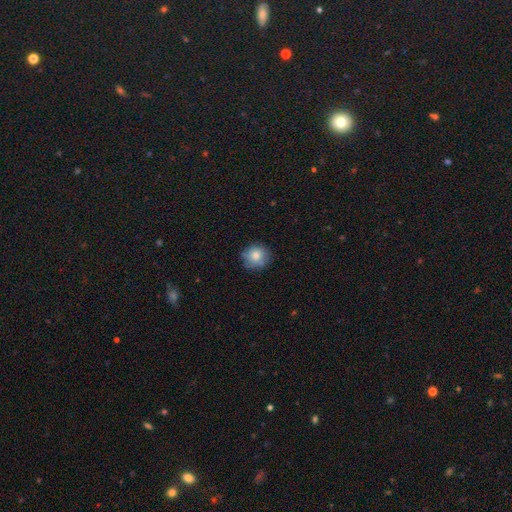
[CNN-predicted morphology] smooth 78%, featured or disk 13%, star or artifact 9%. Down the decision tree: how rounded — round (88%); merging — none (78%).